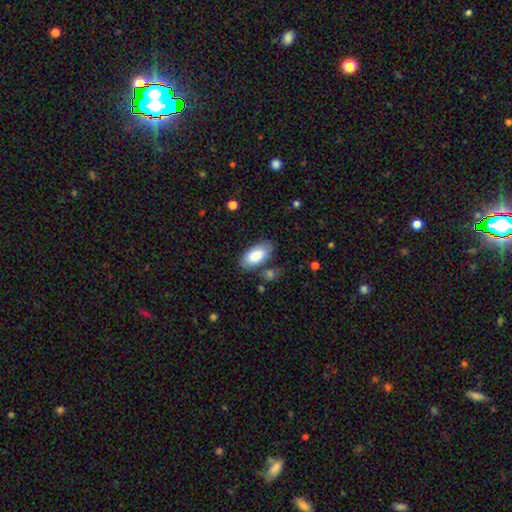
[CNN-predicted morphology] A smooth galaxy with no disk features (84%) that is in between round and cigar-shaped (93%).

Vote fractions:
- Smooth or featured? smooth: 84% / featured or disk: 11% / star or artifact: 6%
- How rounded? in between: 93% / cigar-shaped: 5% / round: 2%
- Merging? none: 77% / minor disturbance: 15% / merger: 5% / major disturbance: 4%